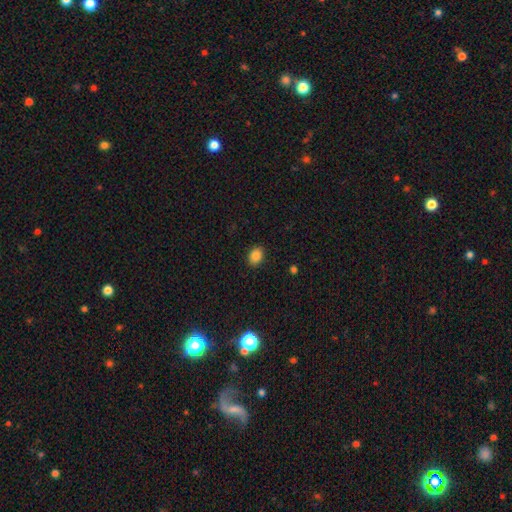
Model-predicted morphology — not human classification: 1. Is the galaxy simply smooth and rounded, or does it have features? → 85% smooth, 10% star or artifact, 5% featured or disk.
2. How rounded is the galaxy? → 70% in between, 29% round, 1% cigar-shaped.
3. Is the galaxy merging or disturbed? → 89% none, 8% minor disturbance, 2% major disturbance, 1% merger.